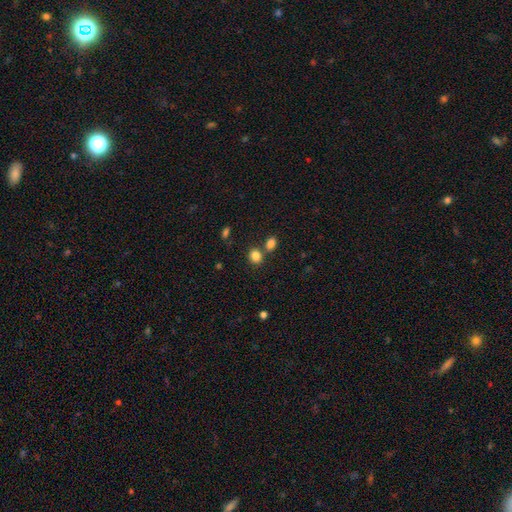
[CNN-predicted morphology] A smooth galaxy with no disk features (84%) that is round (55%).

Vote fractions:
- Smooth or featured? smooth: 84% / star or artifact: 11% / featured or disk: 5%
- How rounded? round: 55% / in between: 44% / cigar-shaped: 1%
- Merging? none: 65% / merger: 23% / minor disturbance: 9% / major disturbance: 3%